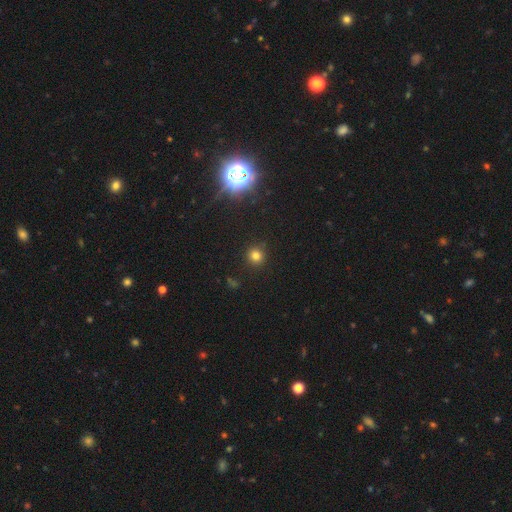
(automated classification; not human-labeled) Q: Smooth or featured?
A: smooth (75%); runner-up: star or artifact (19%)
Q: How rounded?
A: round (94%); runner-up: in between (5%)
Q: Merging?
A: none (91%); runner-up: minor disturbance (6%)